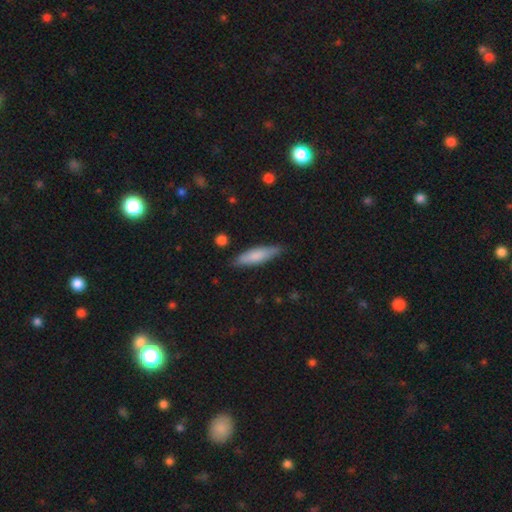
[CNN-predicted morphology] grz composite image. It shows a smooth galaxy with no disk features (74%) that is cigar-shaped (68%). Merging: none (84%).